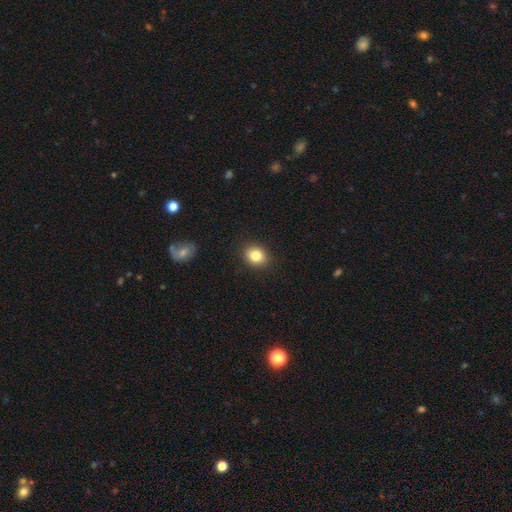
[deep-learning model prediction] Q: Smooth or featured?
A: smooth (83%); runner-up: star or artifact (10%)
Q: How rounded?
A: round (59%); runner-up: in between (40%)
Q: Merging?
A: none (89%); runner-up: minor disturbance (8%)